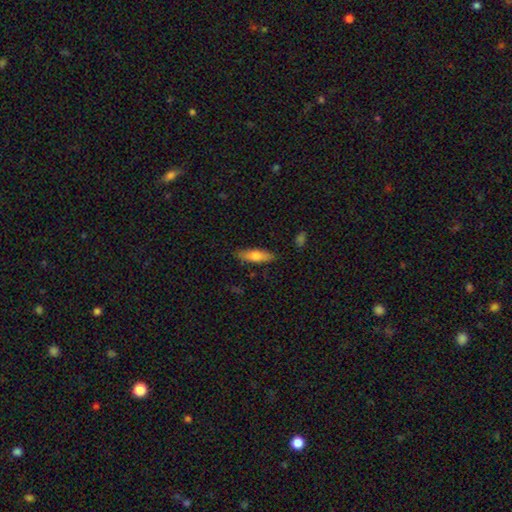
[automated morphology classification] Smooth or featured? smooth (66%)
How rounded? cigar-shaped (57%)
Merging? none (86%)